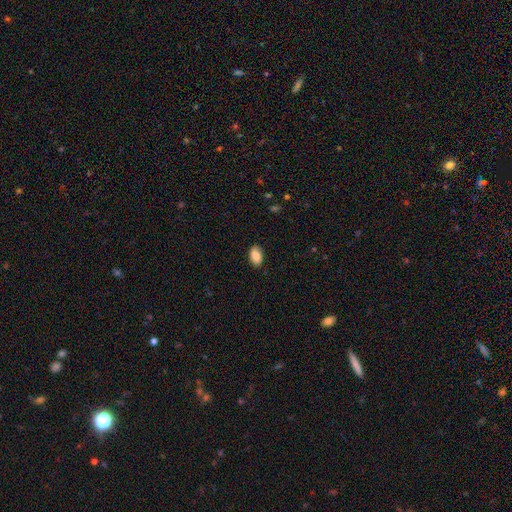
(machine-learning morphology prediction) Smooth or featured?
  - smooth: 88% *
  - star or artifact: 7%
  - featured or disk: 5%
How rounded?
  - in between: 92% *
  - round: 6%
  - cigar-shaped: 2%
Merging?
  - none: 87% *
  - minor disturbance: 10%
  - major disturbance: 2%
  - merger: 1%